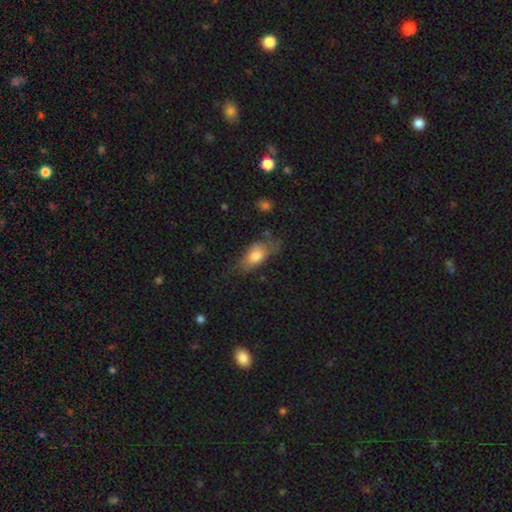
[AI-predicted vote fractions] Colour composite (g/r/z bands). It shows a smooth galaxy with no disk features (75%) that is in between round and cigar-shaped (85%). Merging: none (48%).